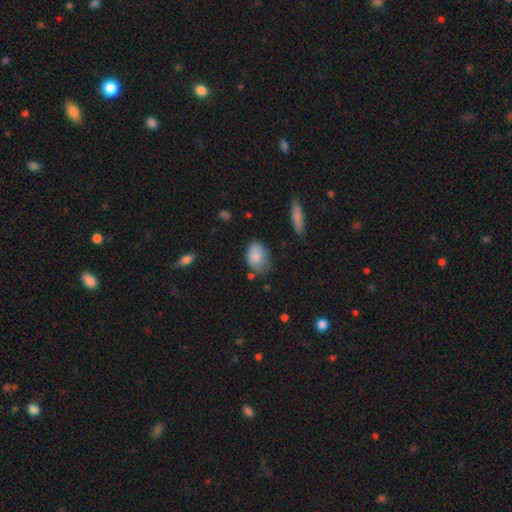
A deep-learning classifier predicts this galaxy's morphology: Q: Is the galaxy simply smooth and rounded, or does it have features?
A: smooth — 82%.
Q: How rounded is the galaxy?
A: in between — 80%.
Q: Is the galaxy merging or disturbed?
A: none — 55%.